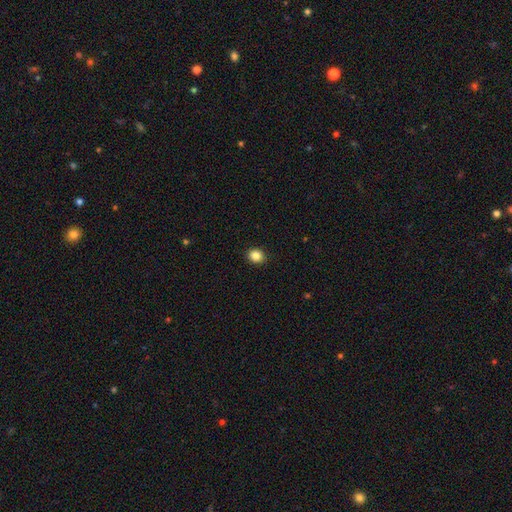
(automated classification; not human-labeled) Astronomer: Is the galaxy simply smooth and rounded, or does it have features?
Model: smooth — 86%.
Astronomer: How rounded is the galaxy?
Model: round — 70%.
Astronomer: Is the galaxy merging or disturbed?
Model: none — 91%.